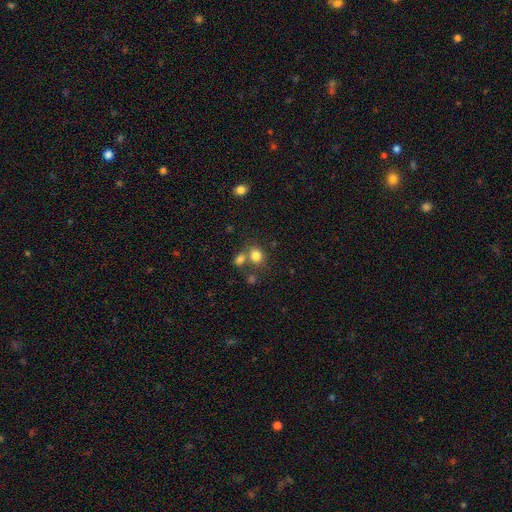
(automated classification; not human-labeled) Morphology: type=smooth (80%); roundness=round (59%); merging=none (54%).